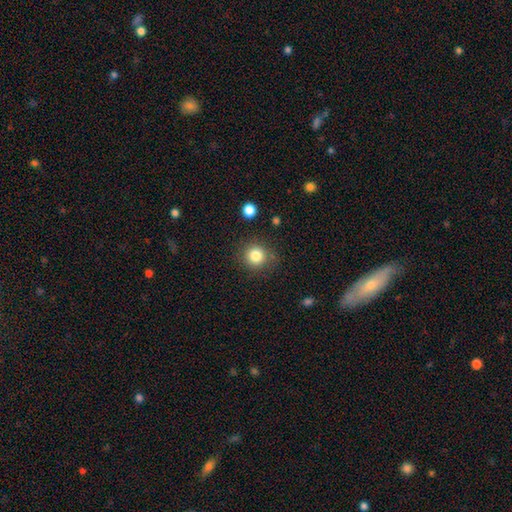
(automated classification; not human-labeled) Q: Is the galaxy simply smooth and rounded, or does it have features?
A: smooth — 83%.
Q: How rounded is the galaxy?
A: round — 90%.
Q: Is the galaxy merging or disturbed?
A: none — 82%.